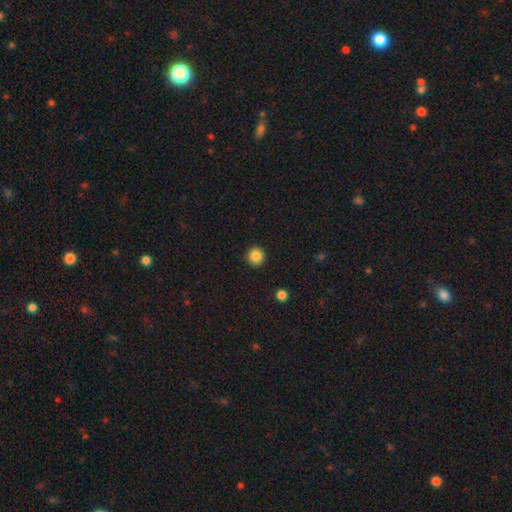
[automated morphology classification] A smooth galaxy with no disk features (86%) that is round (94%). Merging: none (93%).